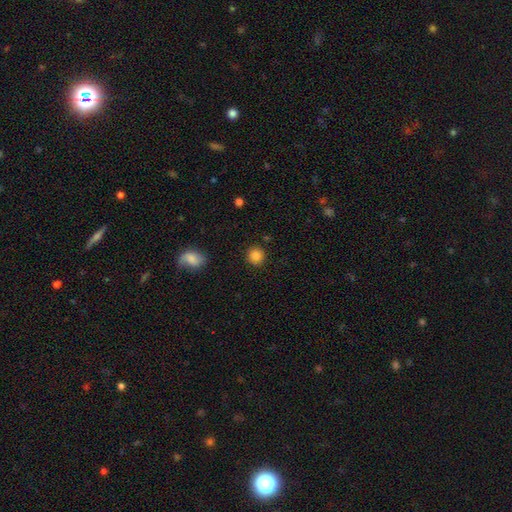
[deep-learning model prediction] Smooth or featured?
  - smooth: 85% *
  - star or artifact: 10%
  - featured or disk: 5%
How rounded?
  - round: 92% *
  - in between: 8%
  - cigar-shaped: 1%
Merging?
  - none: 90% *
  - minor disturbance: 6%
  - major disturbance: 2%
  - merger: 2%